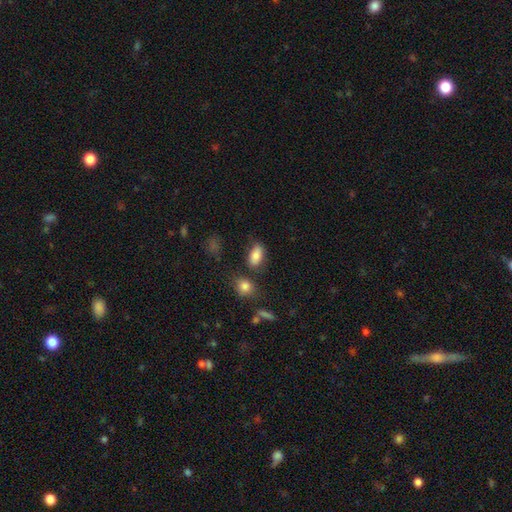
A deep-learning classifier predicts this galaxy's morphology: Smooth or featured: smooth — 83% (star or artifact — 9%)
How rounded: in between — 90% (round — 6%)
Merging: none — 69% (minor disturbance — 17%)